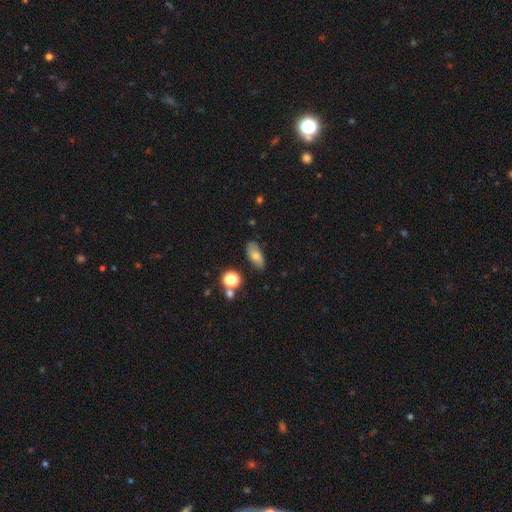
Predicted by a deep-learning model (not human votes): A smooth galaxy with no disk features (69%) that is in between round and cigar-shaped (84%). Merging: none (78%).